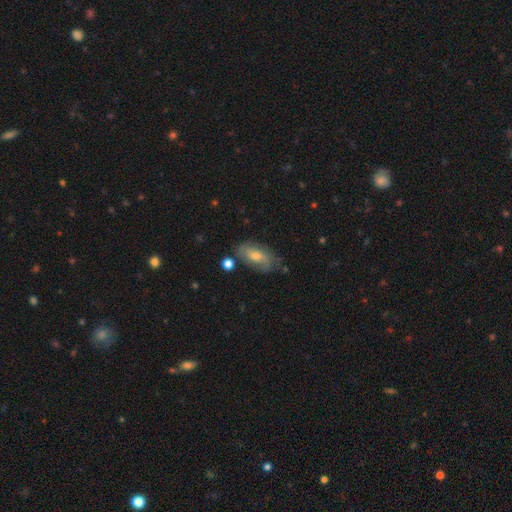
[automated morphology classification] This is possibly a smooth galaxy (46%). Merging: likely none (70%).